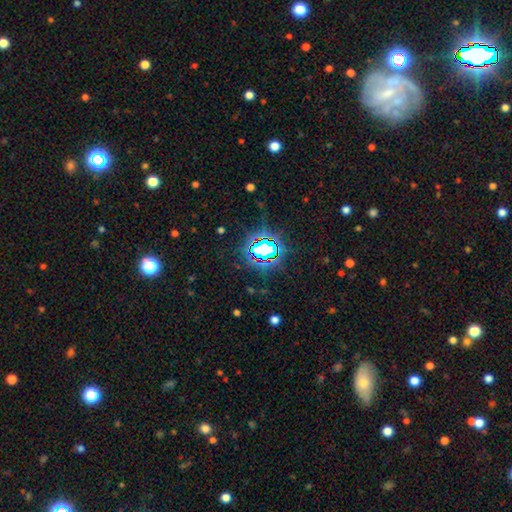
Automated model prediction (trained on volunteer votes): This appears to be a star or artifact, not a galaxy (76%).